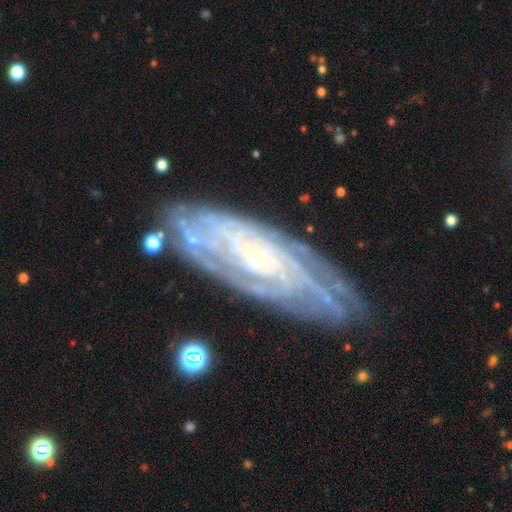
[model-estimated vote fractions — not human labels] Overall: featured or disk (86%). Edge-on disk: no (88%). Bar: no (72%). Spiral arms: yes (97%). Spiral arm count: can't tell (36%; 4 19%). Spiral winding: tight (79%). Bulge size: small (82%). Merging: none (77%).